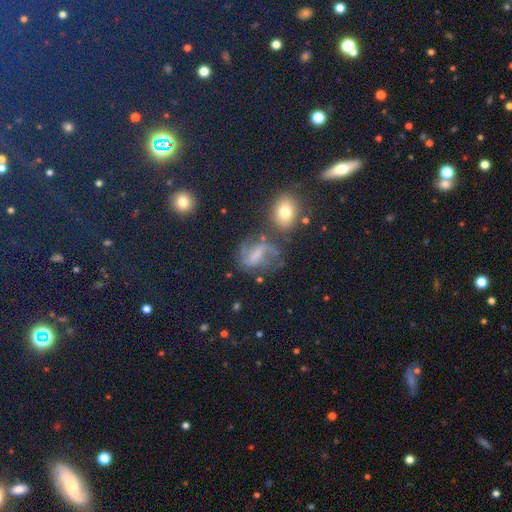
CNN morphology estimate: This is possibly a featured or disk galaxy (56%). It is clearly not viewed edge-on (94%). Bar: marginally weak (42%). Spiral arm pattern: clearly yes (80%). Central bulge: marginally small (40%). Merging: possibly none (50%).